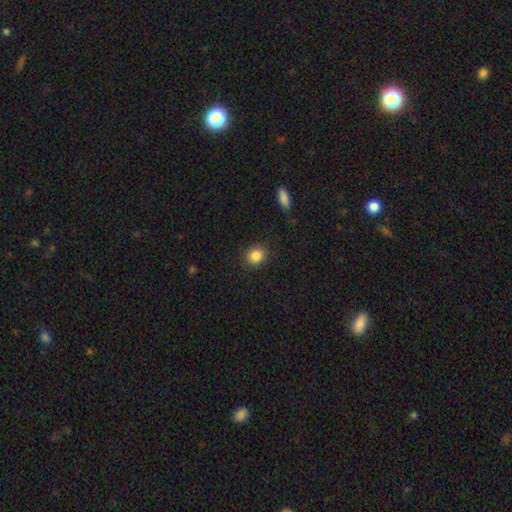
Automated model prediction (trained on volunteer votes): This appears to be a smooth galaxy with no disk features (85%) that is round (76%). Merging: none (88%).